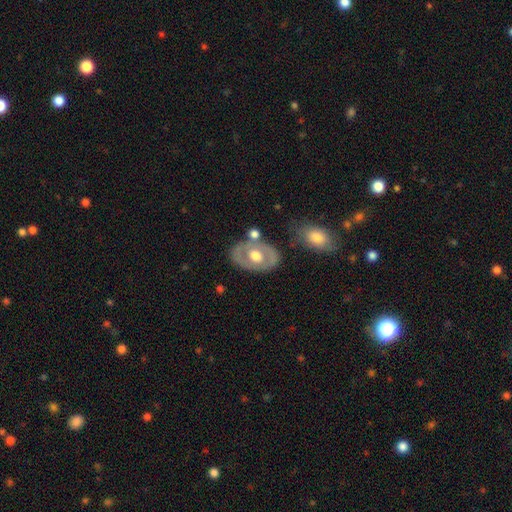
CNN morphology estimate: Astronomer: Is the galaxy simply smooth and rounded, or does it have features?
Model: featured or disk — 56% (runner-up: smooth, 39%).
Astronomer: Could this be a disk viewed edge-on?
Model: no — 92%.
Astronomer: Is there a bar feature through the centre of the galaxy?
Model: no — 83%.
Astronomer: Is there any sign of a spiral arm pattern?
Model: no — 80%.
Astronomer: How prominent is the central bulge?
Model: moderate — 64%.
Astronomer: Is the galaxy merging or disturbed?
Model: none — 68%.